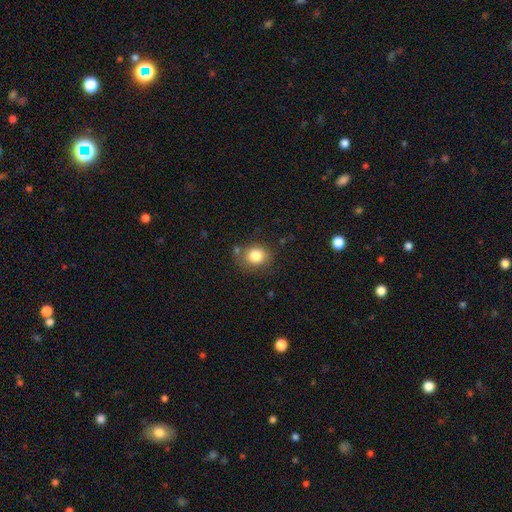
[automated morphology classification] smooth 82%, star or artifact 10%, featured or disk 8%. Down the decision tree: how rounded — round (67%); merging — none (75%).